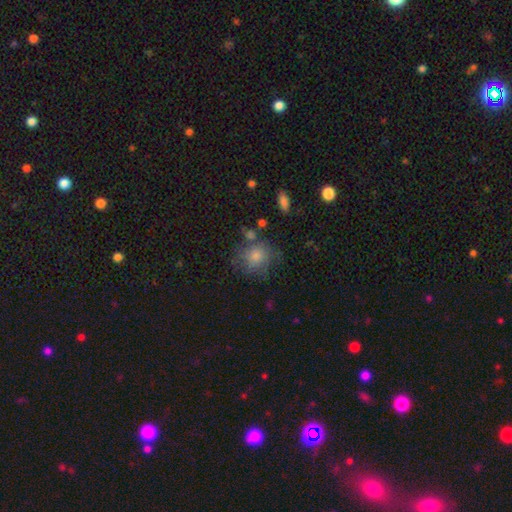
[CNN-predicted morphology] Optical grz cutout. It shows a smooth galaxy with no disk features (68%) that is round (77%). Merging: none (60%).